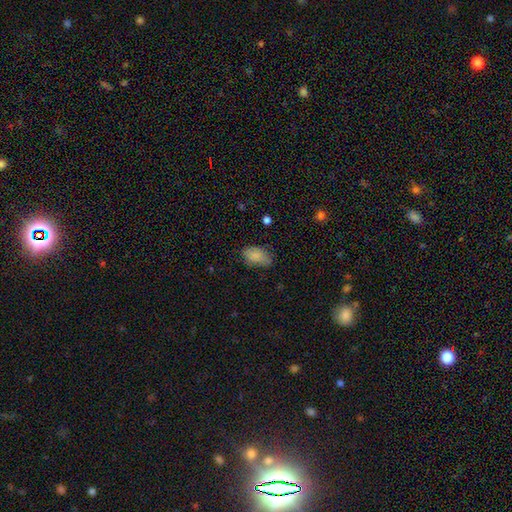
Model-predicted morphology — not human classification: A smooth galaxy with no disk features (85%) that is in between round and cigar-shaped (91%).

Vote fractions:
- Smooth or featured? smooth: 85% / star or artifact: 8% / featured or disk: 7%
- How rounded? in between: 91% / round: 8% / cigar-shaped: 2%
- Merging? none: 68% / minor disturbance: 25% / major disturbance: 5% / merger: 1%